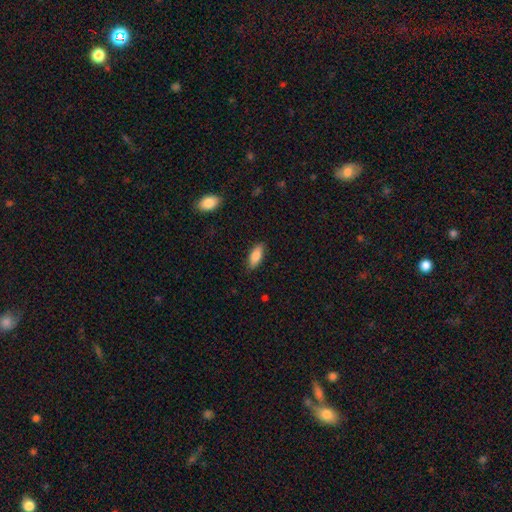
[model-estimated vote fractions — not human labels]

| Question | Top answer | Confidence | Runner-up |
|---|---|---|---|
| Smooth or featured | smooth | 84% | featured or disk (10%) |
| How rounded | in between | 79% | cigar-shaped (19%) |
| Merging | none | 86% | minor disturbance (11%) |